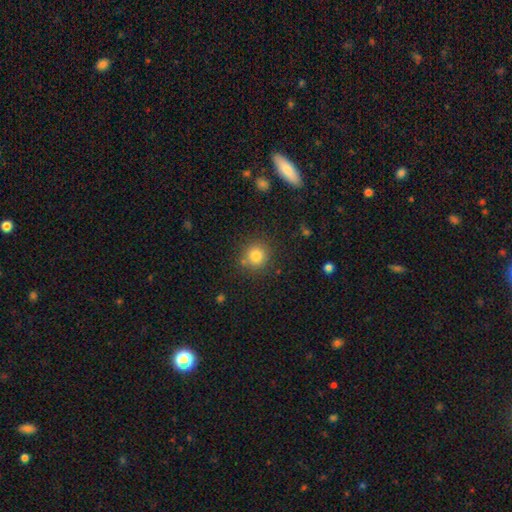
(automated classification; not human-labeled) Smooth or featured? smooth (82%)
How rounded? round (92%)
Merging? none (81%)